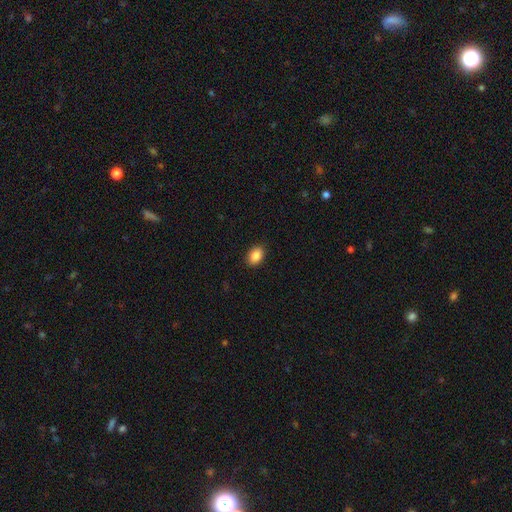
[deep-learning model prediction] Smooth or featured?
  - smooth: 88% *
  - star or artifact: 8%
  - featured or disk: 4%
How rounded?
  - in between: 81% *
  - round: 18%
  - cigar-shaped: 1%
Merging?
  - none: 89% *
  - minor disturbance: 8%
  - major disturbance: 2%
  - merger: 1%